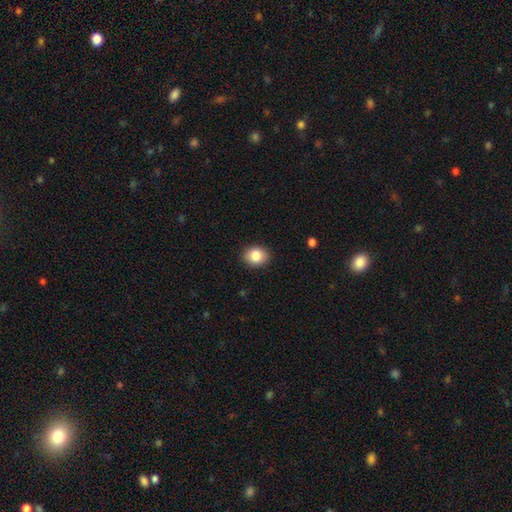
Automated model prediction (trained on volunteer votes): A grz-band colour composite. It shows a smooth galaxy with no disk features (85%) that is round (54%). Merging: none (89%).